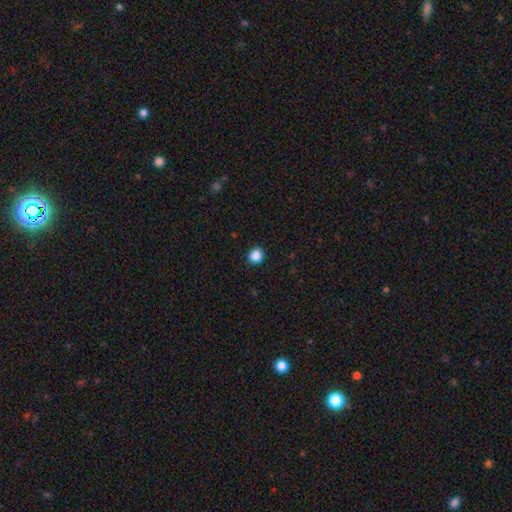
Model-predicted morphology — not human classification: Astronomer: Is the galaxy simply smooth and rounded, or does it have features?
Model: smooth — 87%.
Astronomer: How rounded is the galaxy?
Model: round — 86%.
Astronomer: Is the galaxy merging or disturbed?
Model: none — 90%.